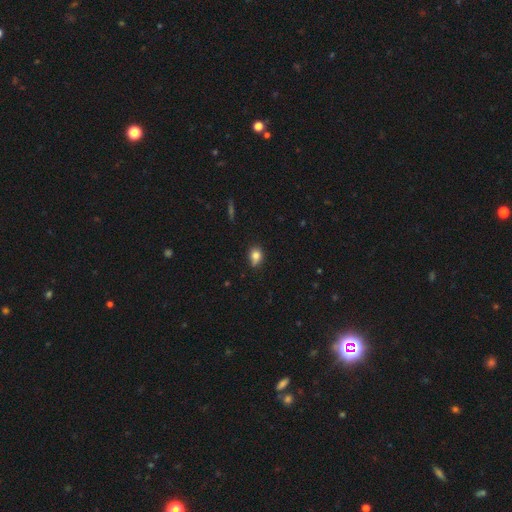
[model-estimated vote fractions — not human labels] Morphology: type=smooth (79%); roundness=in between (52%); merging=none (58%).